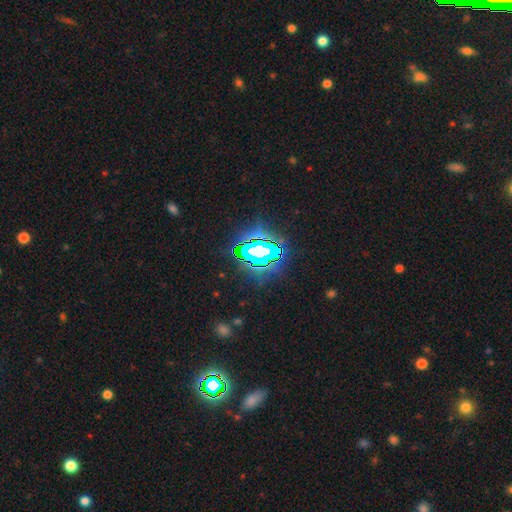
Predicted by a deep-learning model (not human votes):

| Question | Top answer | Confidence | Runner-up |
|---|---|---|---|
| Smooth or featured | star or artifact | 73% | smooth (15%) |